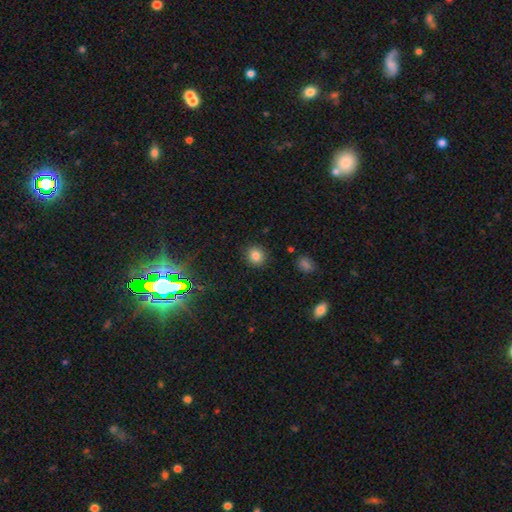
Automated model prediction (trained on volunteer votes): This appears to be a smooth galaxy with no disk features (81%) that is round (85%). Merging: none (90%).